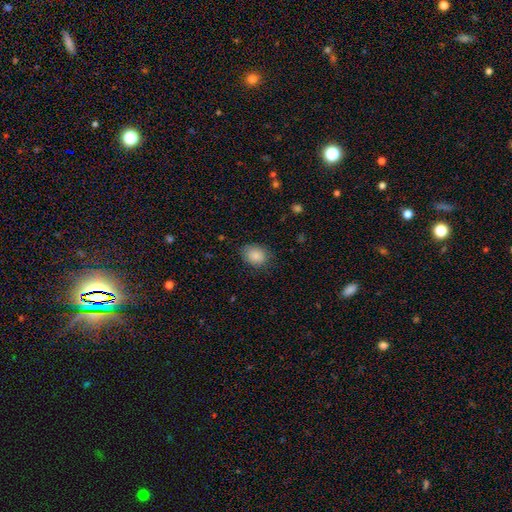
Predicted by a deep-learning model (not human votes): Q: Smooth or featured?
A: smooth (87%); runner-up: star or artifact (8%)
Q: How rounded?
A: in between (57%); runner-up: round (42%)
Q: Merging?
A: none (78%); runner-up: minor disturbance (17%)